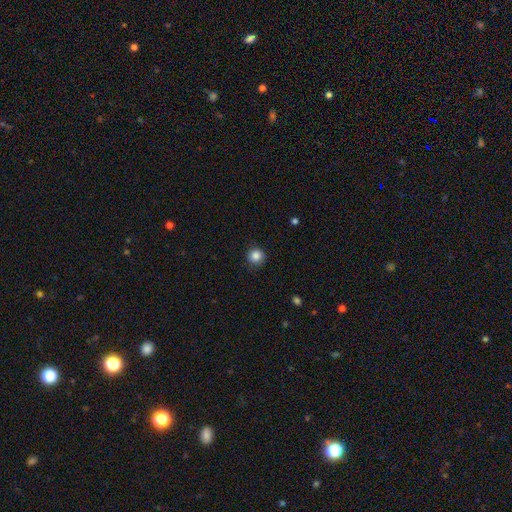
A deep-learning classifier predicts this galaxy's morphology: This appears to be a smooth galaxy with no disk features (85%) that is round (94%). Merging: none (87%).